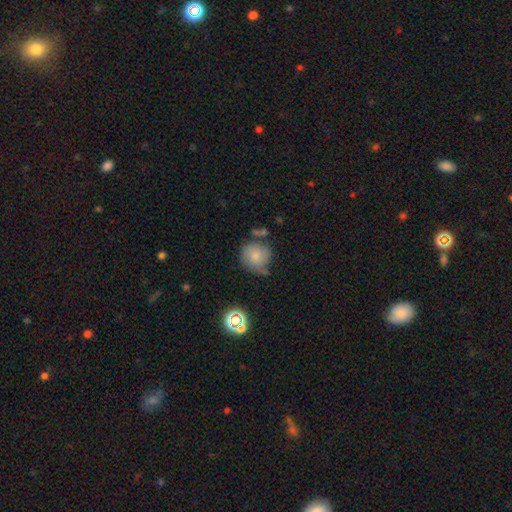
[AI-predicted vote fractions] A smooth galaxy with no disk features (73%) that is round (87%). Merging: none (52%).